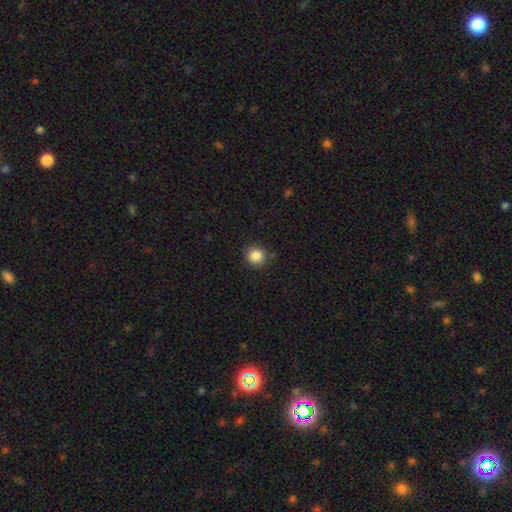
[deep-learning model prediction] Smooth or featured? Predicted: smooth (p=0.85). How rounded? Predicted: round (p=0.91). Merging? Predicted: none (p=0.87).